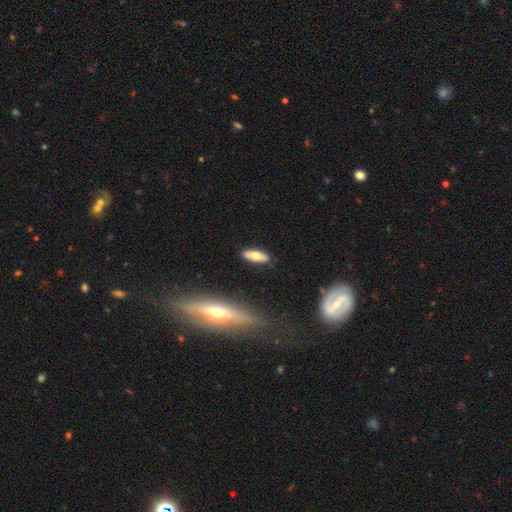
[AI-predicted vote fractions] A smooth galaxy with no disk features (66%) that is in between round and cigar-shaped (65%).

Vote fractions:
- Smooth or featured? smooth: 66% / featured or disk: 27% / star or artifact: 7%
- How rounded? in between: 65% / cigar-shaped: 32% / round: 3%
- Merging? none: 87% / minor disturbance: 10% / major disturbance: 2% / merger: 2%